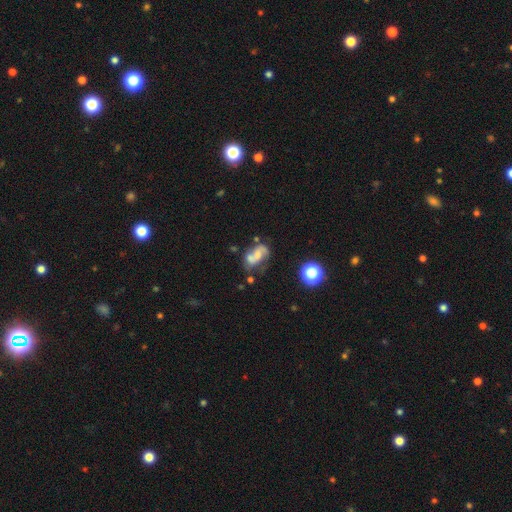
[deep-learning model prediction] Smooth or featured: featured or disk — 62% (smooth — 26%)
Edge-on disk: no — 97% (yes — 3%)
Bar: no — 60% (weak — 31%)
Spiral arms: yes — 78% (no — 22%)
Bulge size: small — 36% (moderate — 30%)
Merging: none — 38% (merger — 24%)